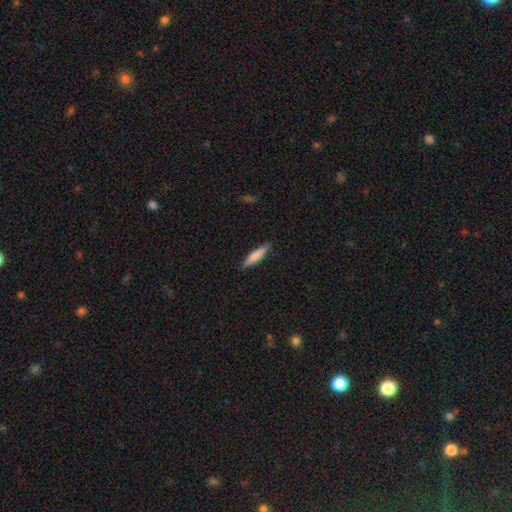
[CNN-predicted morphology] smooth_or_featured: smooth (p=0.70) [alt: featured or disk p=0.25]
how_rounded: cigar-shaped (p=0.83) [alt: in between p=0.15]
merging: none (p=0.88) [alt: minor disturbance p=0.09]